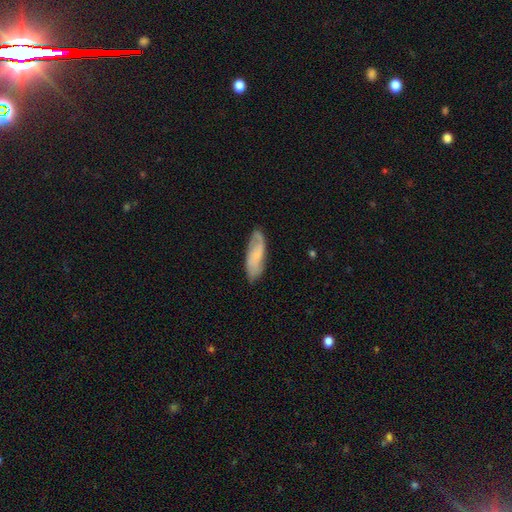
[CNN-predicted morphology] Smooth or featured? Predicted: smooth (p=0.50). Merging? Predicted: none (p=0.75).